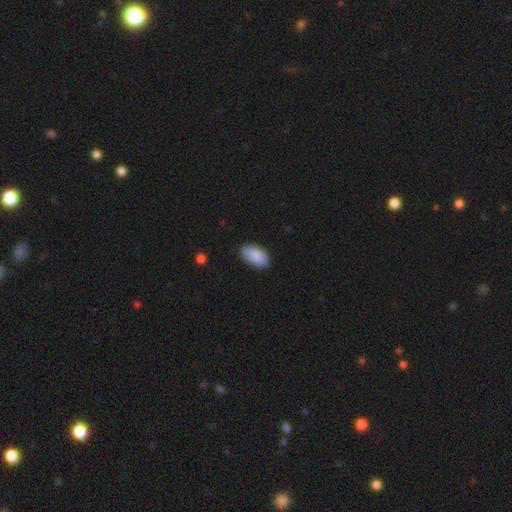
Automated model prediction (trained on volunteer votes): A smooth galaxy with no disk features (90%) that is in between round and cigar-shaped (95%).

Vote fractions:
- Smooth or featured? smooth: 90% / star or artifact: 6% / featured or disk: 4%
- How rounded? in between: 95% / round: 3% / cigar-shaped: 2%
- Merging? none: 85% / minor disturbance: 12% / major disturbance: 2% / merger: 1%